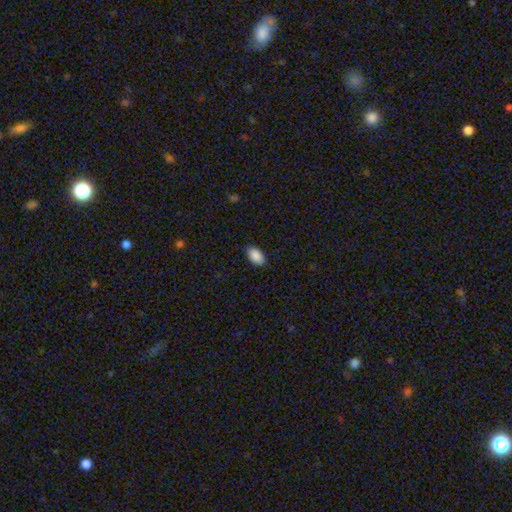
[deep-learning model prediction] Morphology: type=smooth (90%); roundness=in between (94%); merging=none (86%).